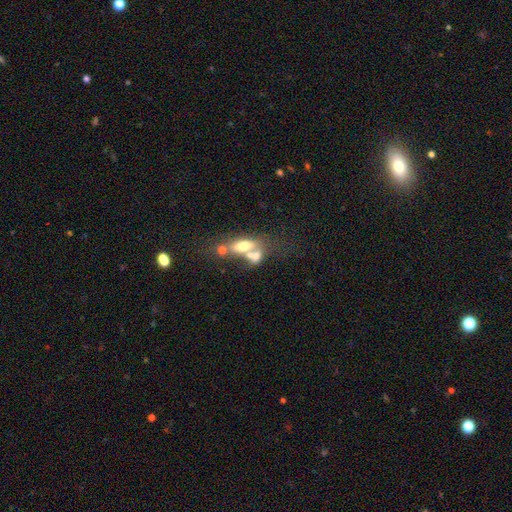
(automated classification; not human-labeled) Q: Smooth or featured?
A: smooth (58%); runner-up: featured or disk (32%)
Q: How rounded?
A: in between (73%); runner-up: cigar-shaped (15%)
Q: Merging?
A: merger (57%); runner-up: none (24%)